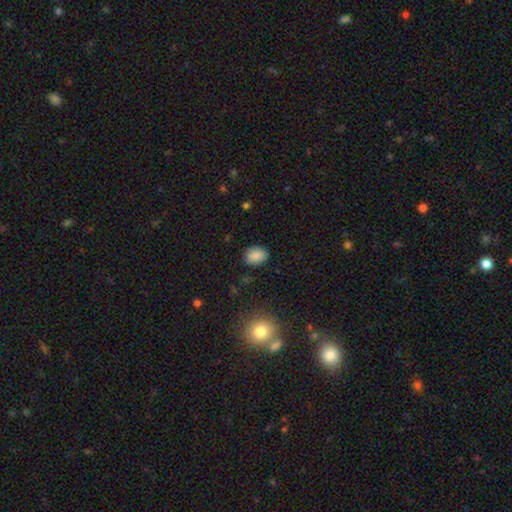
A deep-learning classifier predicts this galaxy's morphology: Smooth or featured: smooth — 85% (star or artifact — 9%)
How rounded: in between — 69% (round — 30%)
Merging: none — 85% (minor disturbance — 11%)